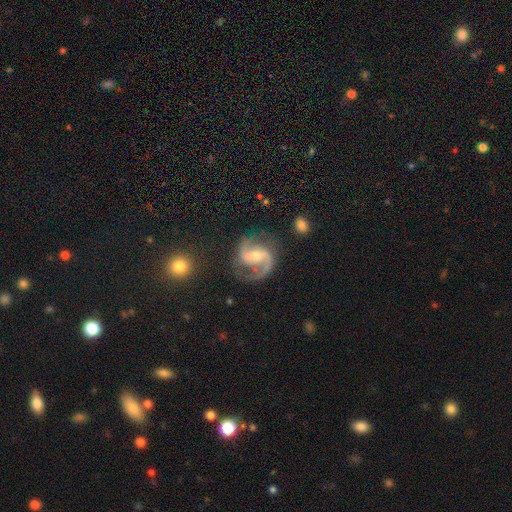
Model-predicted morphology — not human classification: The model was most divided on "bulge size": moderate: 50%, small: 43%, large: 3%, none: 3%, dominant: 1%. Remaining: edge-on disk — no (98%); spiral arms — yes (98%); smooth or featured — featured or disk (90%); spiral arm count — 2 (90%); merging — none (72%); spiral winding — medium (59%); bar — weak (45%).